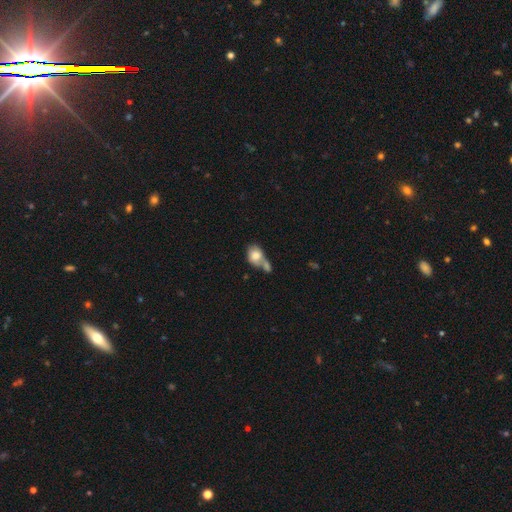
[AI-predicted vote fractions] Morphology: type=smooth (77%); roundness=in between (58%); merging=merger (57%).